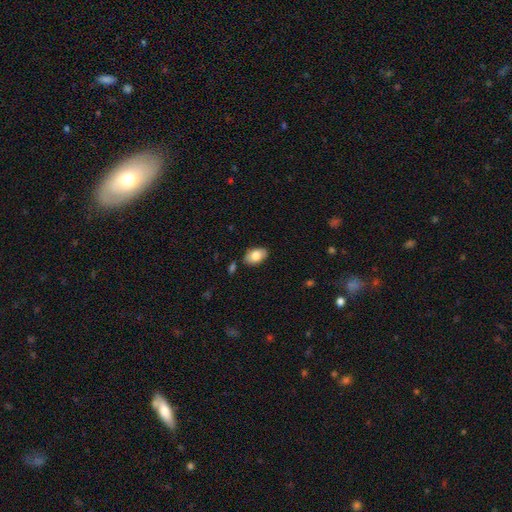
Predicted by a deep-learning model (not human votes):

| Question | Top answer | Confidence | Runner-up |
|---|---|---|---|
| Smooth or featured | smooth | 79% | featured or disk (15%) |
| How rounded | in between | 91% | round (8%) |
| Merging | none | 83% | minor disturbance (12%) |